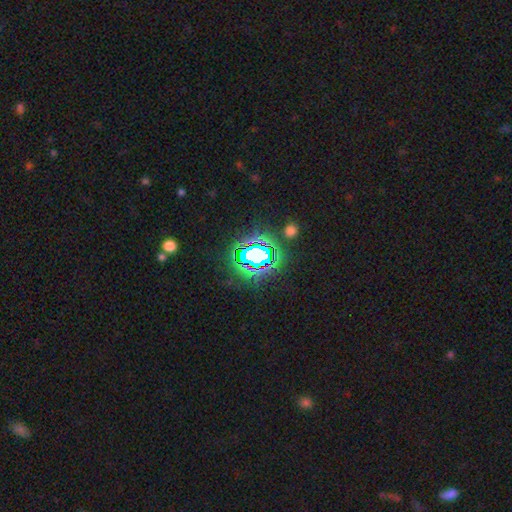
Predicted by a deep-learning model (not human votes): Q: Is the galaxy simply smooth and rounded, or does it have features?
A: star or artifact — 68%.